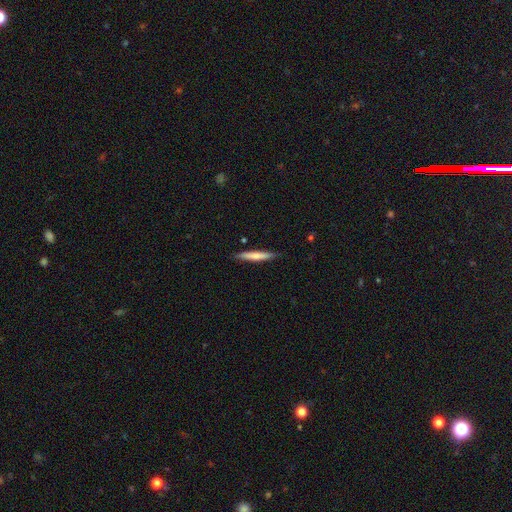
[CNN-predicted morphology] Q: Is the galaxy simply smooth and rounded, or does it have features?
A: smooth — 64%.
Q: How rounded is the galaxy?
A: cigar-shaped — 94%.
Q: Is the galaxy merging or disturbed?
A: none — 87%.